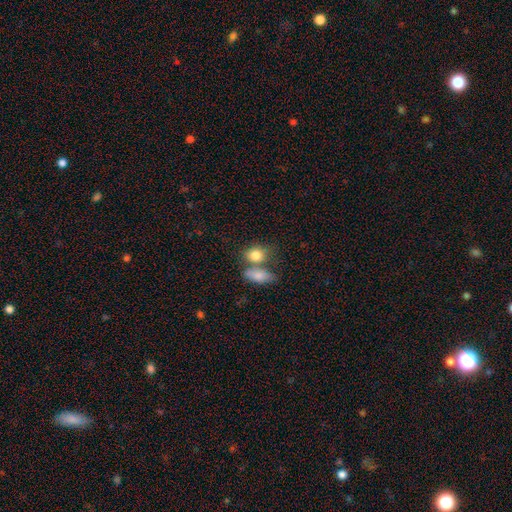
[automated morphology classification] smooth-or-featured: smooth: 82% | featured or disk: 10% | star or artifact: 8%
  how-rounded: in between: 62% | round: 35% | cigar-shaped: 3%
  merging: none: 44% | merger: 40% | minor disturbance: 11% | major disturbance: 5%